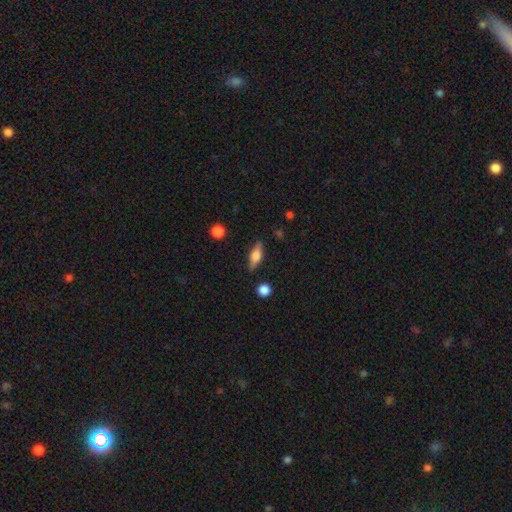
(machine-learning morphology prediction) A smooth galaxy with no disk features (52%) that is in between round and cigar-shaped (57%).

Vote fractions:
- Smooth or featured? smooth: 52% / featured or disk: 40% / star or artifact: 7%
- How rounded? in between: 57% / cigar-shaped: 38% / round: 5%
- Merging? none: 84% / minor disturbance: 11% / major disturbance: 3% / merger: 2%